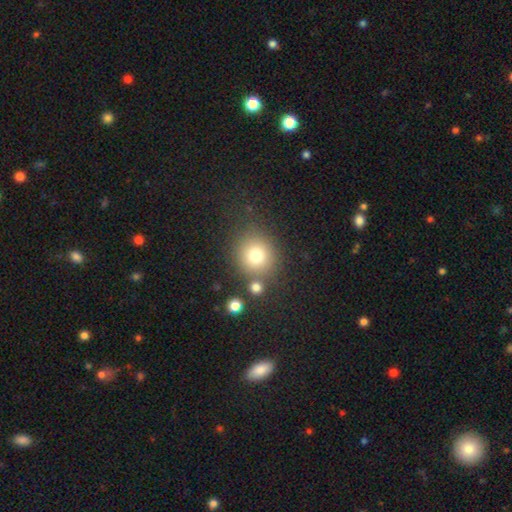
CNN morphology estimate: The model was most divided on "merging": none: 73%, merger: 11%, minor disturbance: 11%, major disturbance: 5%. More confident: how rounded — round (83%); smooth or featured — smooth (78%).